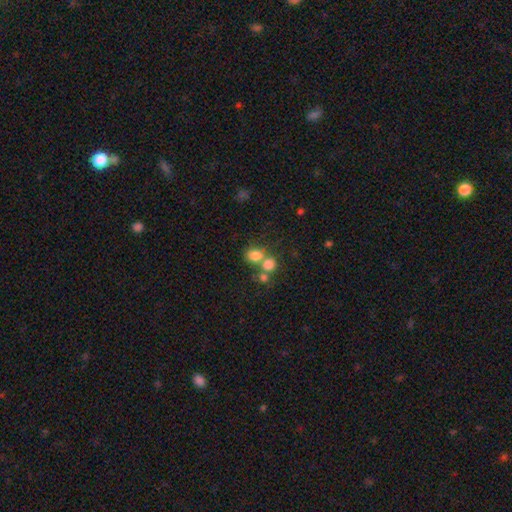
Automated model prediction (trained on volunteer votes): A smooth galaxy with no disk features (77%) that is round (58%).

Vote fractions:
- Smooth or featured? smooth: 77% / star or artifact: 13% / featured or disk: 10%
- How rounded? round: 58% / in between: 41% / cigar-shaped: 1%
- Merging? merger: 46% / none: 41% / minor disturbance: 9% / major disturbance: 5%